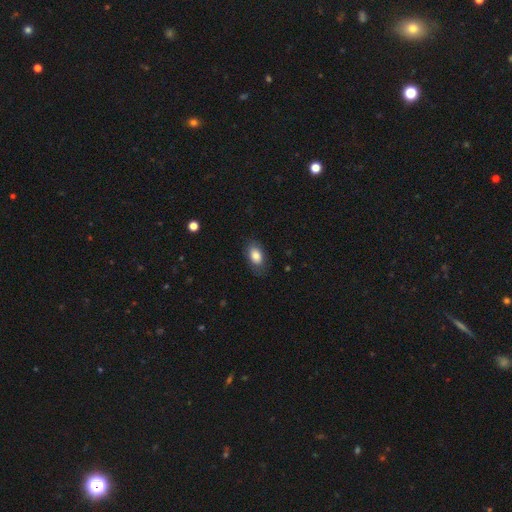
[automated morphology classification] A smooth galaxy with no disk features (83%) that is in between round and cigar-shaped (90%). Merging: none (80%).